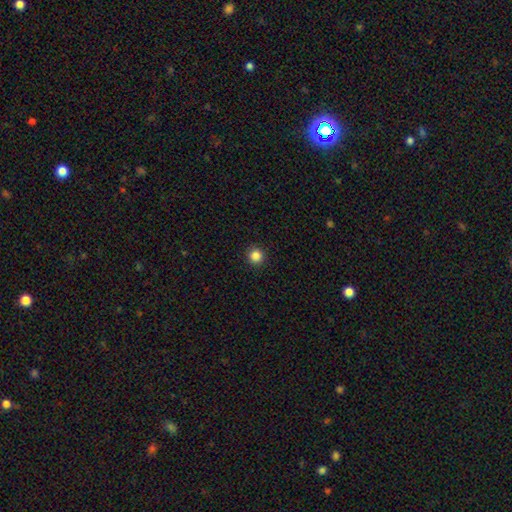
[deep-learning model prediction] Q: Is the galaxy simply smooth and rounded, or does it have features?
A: smooth — 85%.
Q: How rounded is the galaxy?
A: round — 95%.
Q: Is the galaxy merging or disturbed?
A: none — 92%.